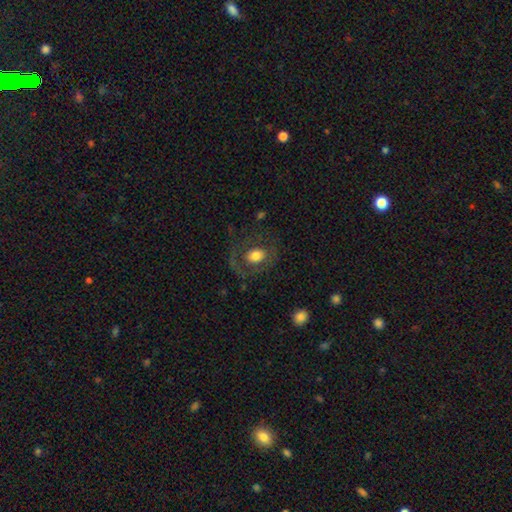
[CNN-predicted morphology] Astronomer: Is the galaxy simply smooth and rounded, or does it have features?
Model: smooth — 57% (runner-up: featured or disk, 35%).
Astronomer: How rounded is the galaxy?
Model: round — 52% (runner-up: in between, 47%).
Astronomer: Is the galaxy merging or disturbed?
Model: none — 67%.